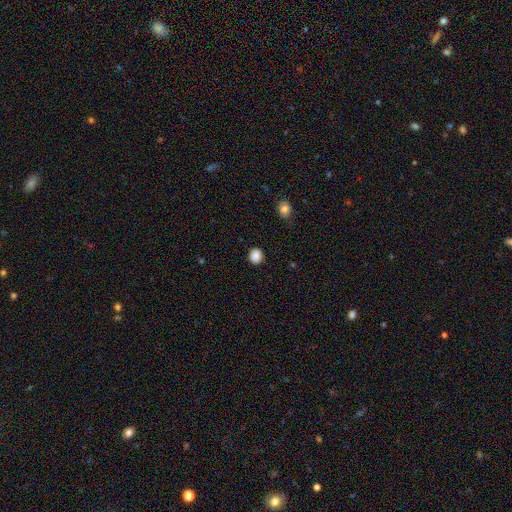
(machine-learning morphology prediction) This is clearly a smooth galaxy (88%). How rounded: likely round (78%). Merging: clearly none (90%).